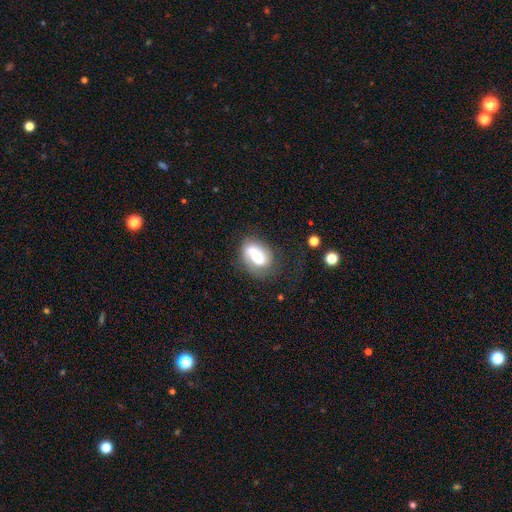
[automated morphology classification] smooth_or_featured: featured or disk (p=0.64) [alt: smooth p=0.29]
disk_edge_on: no (p=0.96) [alt: yes p=0.04]
bar: no (p=0.47) [alt: weak p=0.36]
has_spiral_arms: yes (p=0.84) [alt: no p=0.16]
spiral_winding: medium (p=0.40) [alt: loose p=0.30]
spiral_arm_count: 2 (p=0.66) [alt: 1 p=0.18]
bulge_size: moderate (p=0.55) [alt: small p=0.33]
merging: none (p=0.62) [alt: minor disturbance p=0.22]